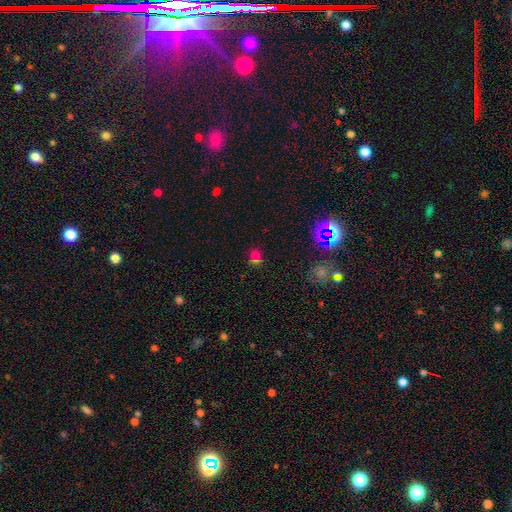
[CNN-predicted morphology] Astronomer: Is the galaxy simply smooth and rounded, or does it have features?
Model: smooth — 55% (runner-up: star or artifact, 34%).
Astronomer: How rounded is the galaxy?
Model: round — 69%.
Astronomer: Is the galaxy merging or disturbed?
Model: none — 52% (runner-up: merger, 34%).